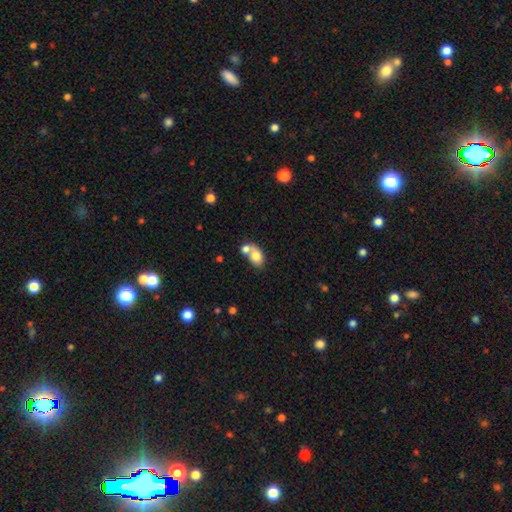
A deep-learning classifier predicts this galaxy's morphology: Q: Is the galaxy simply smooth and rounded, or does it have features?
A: smooth — 75%.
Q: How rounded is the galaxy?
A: in between — 77%.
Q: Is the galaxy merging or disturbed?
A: merger — 54%.